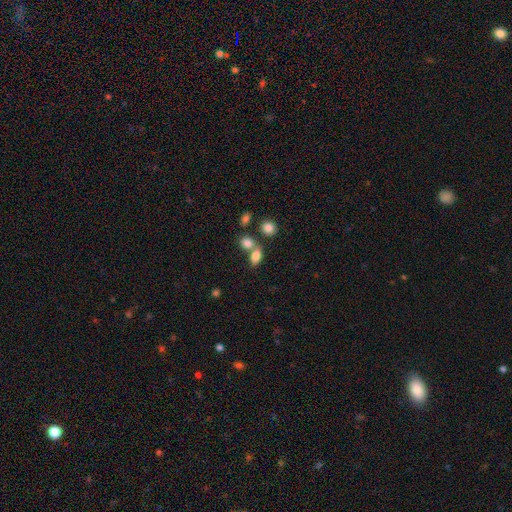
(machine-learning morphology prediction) smooth-or-featured: smooth: 80% | featured or disk: 10% | star or artifact: 10%
  how-rounded: in between: 81% | round: 16% | cigar-shaped: 4%
  merging: none: 45% | merger: 39% | minor disturbance: 11% | major disturbance: 5%